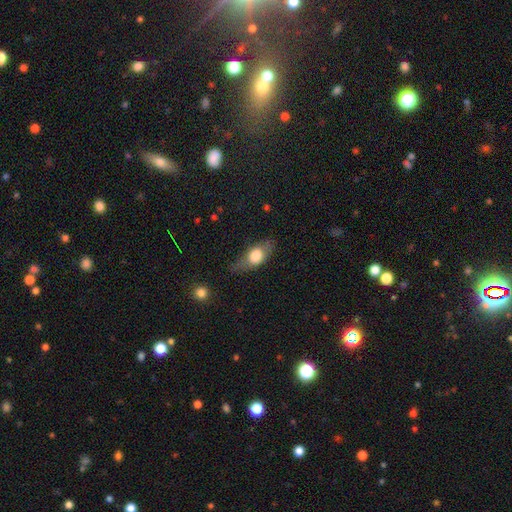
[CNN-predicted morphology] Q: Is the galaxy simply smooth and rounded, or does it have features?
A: smooth — 63%.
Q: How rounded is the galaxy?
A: in between — 75%.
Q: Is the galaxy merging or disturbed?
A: none — 61%.